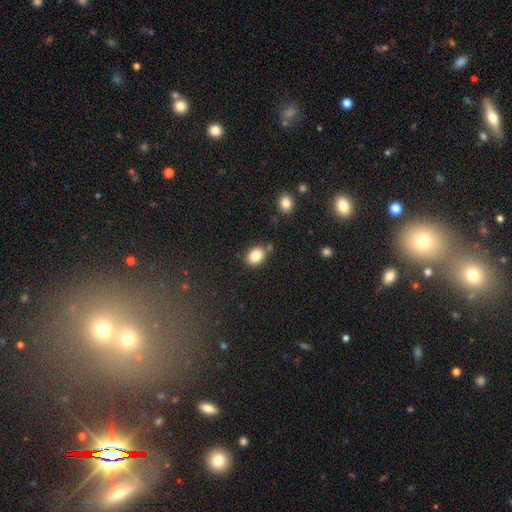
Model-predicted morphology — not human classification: smooth 85%, star or artifact 9%, featured or disk 6%. Down the decision tree: how rounded — in between (64%); merging — none (76%).